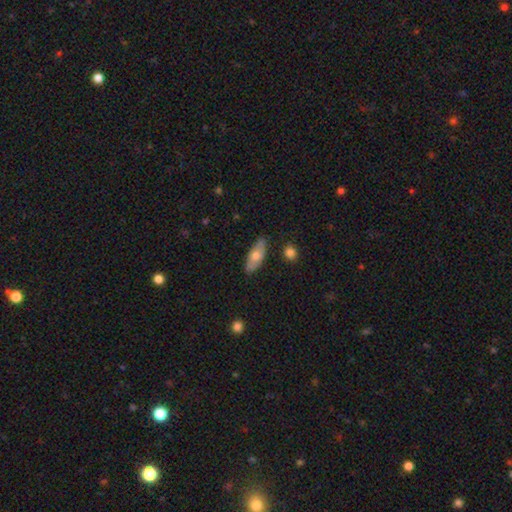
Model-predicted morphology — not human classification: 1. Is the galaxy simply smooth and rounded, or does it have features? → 61% smooth, 33% featured or disk, 6% star or artifact.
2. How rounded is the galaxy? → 78% in between, 19% cigar-shaped, 3% round.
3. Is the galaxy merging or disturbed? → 82% none, 14% minor disturbance, 2% major disturbance, 2% merger.